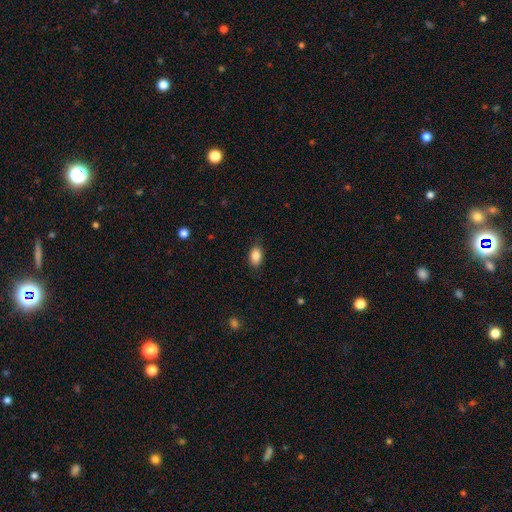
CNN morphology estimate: type=smooth (87%); roundness=in between (88%); merging=none (85%).